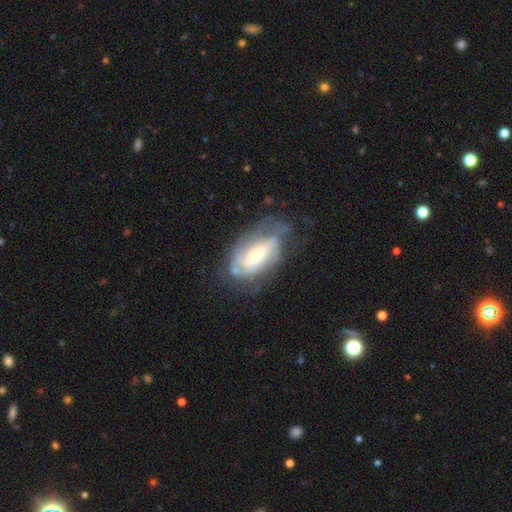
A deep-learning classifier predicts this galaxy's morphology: Overall: featured or disk (68%). Edge-on disk: no (92%). Bar: weak (38%; no 37%). Spiral arms: yes (79%). Bulge size: moderate (42%; small 36%). Merging: none (50%; minor disturbance 28%).